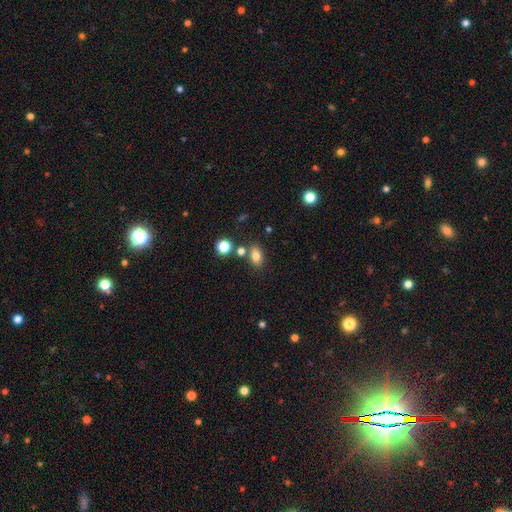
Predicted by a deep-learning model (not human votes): The model was most divided on "merging": none: 73%, merger: 12%, minor disturbance: 12%, major disturbance: 3%. More confident: how rounded — in between (81%); smooth or featured — smooth (79%).